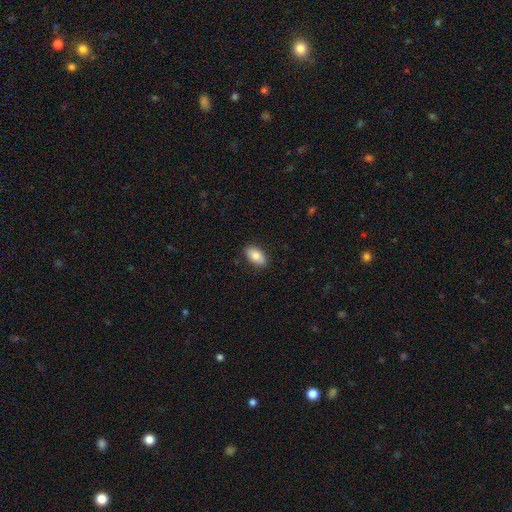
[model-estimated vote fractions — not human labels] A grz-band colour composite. It shows a smooth galaxy with no disk features (83%) that is in between round and cigar-shaped (93%). Merging: none (88%).